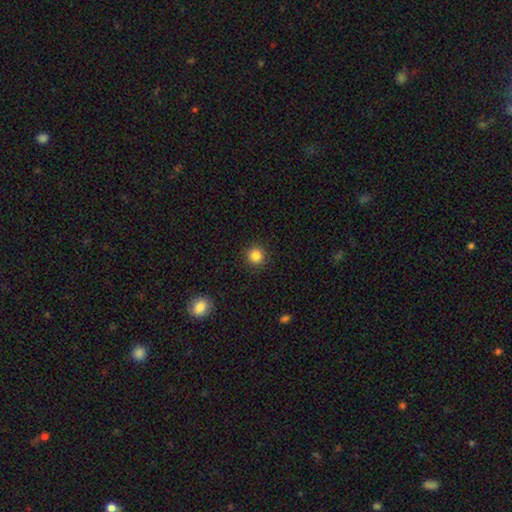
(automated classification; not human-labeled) Smooth or featured? smooth (85%)
How rounded? round (94%)
Merging? none (91%)